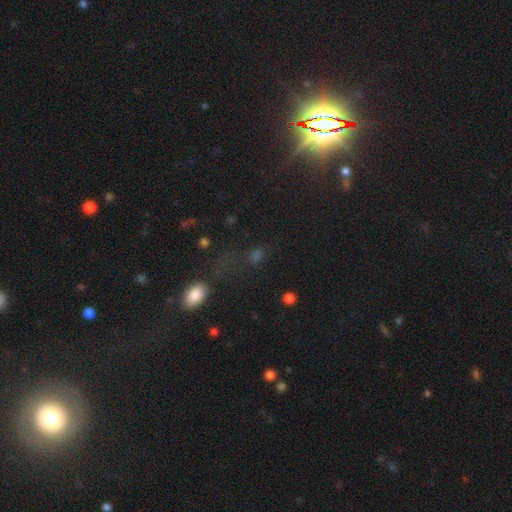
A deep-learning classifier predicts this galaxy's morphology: Smooth or featured? Predicted: smooth (p=0.46). Merging? Predicted: none (p=0.61).